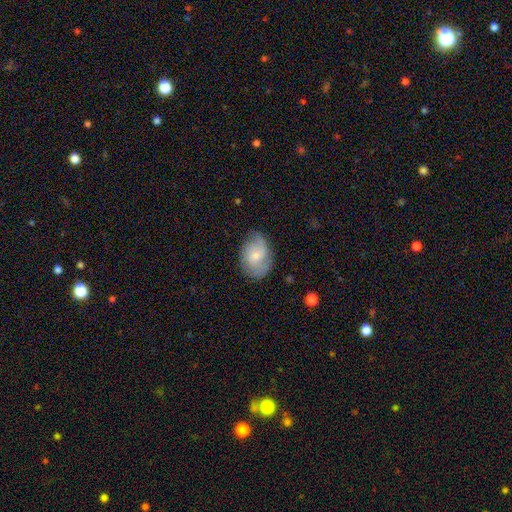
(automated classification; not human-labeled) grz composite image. It shows a featured or disk galaxy (47%). Merging: none (65%).